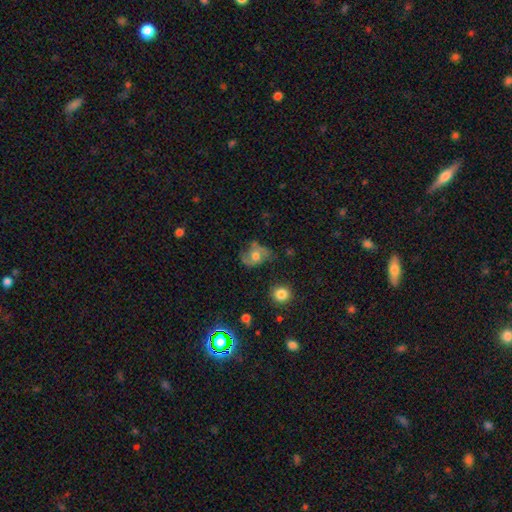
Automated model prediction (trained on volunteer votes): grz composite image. It shows a featured or disk galaxy (56%) with no bar (70%), spiral arms (80%) and a moderate central bulge (66%). Merging: none (53%).